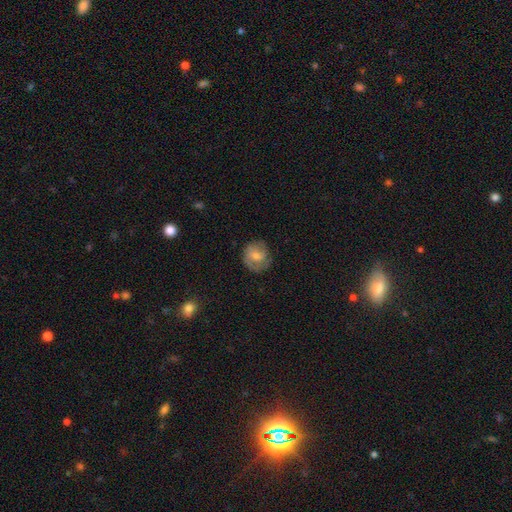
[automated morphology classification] This appears to be a smooth galaxy with no disk features (52%) that is round (81%). Merging: none (74%).